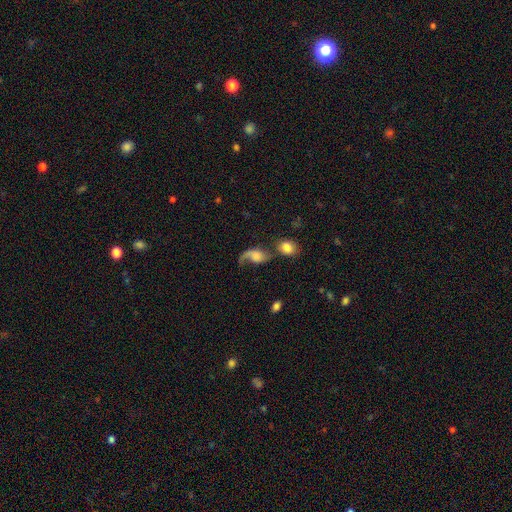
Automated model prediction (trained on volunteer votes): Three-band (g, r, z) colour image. It shows a featured or disk galaxy (63%) with no bar (67%), 2 (52%) loose (83%) spiral arms (90%) and a moderate central bulge (31%). Merging: none (30%).